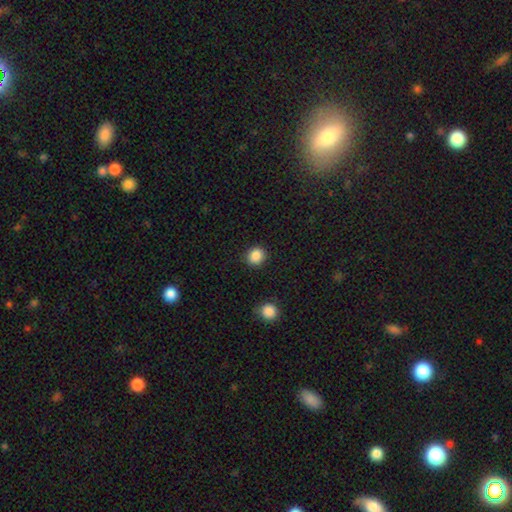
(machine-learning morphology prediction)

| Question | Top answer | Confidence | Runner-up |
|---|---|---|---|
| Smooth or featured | smooth | 87% | star or artifact (9%) |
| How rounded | round | 86% | in between (13%) |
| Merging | none | 89% | minor disturbance (7%) |